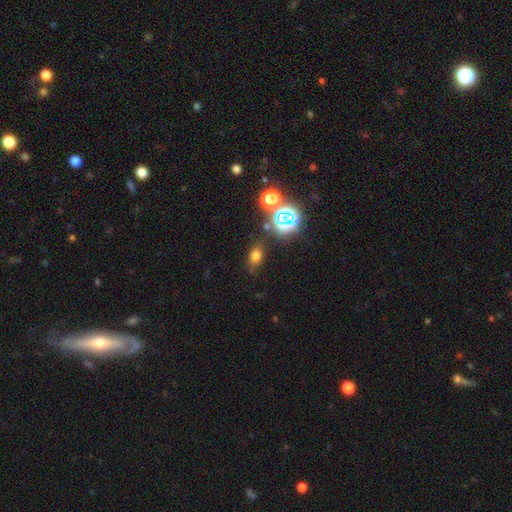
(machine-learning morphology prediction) Smooth or featured? Predicted: smooth (p=0.65). How rounded? Predicted: in between (p=0.70). Merging? Predicted: none (p=0.75).